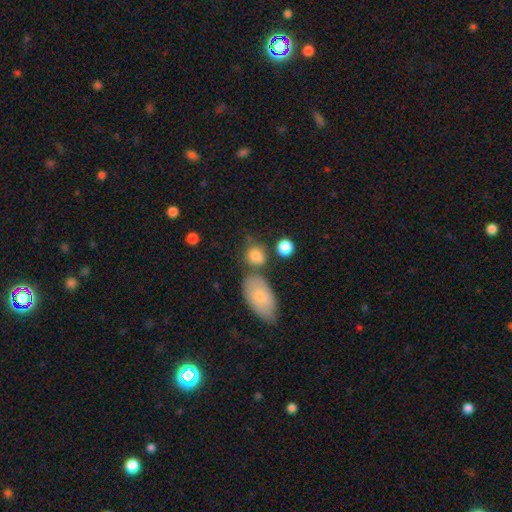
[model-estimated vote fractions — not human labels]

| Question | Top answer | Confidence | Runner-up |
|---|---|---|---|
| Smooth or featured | smooth | 81% | featured or disk (10%) |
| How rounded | round | 61% | in between (36%) |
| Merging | none | 54% | merger (22%) |